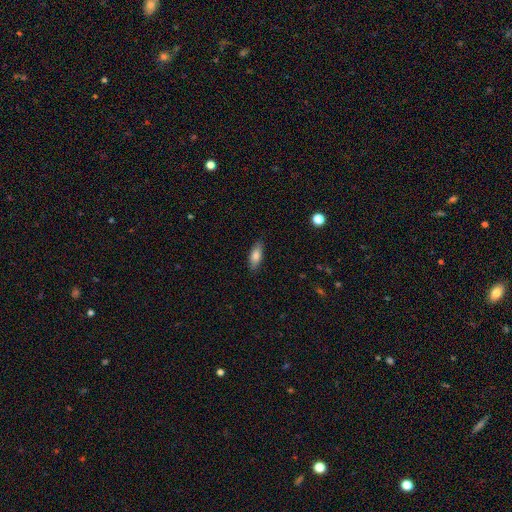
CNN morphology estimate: The model was most divided on "how rounded": in between: 72%, cigar-shaped: 26%, round: 3%. More confident: merging — none (87%); smooth or featured — smooth (79%).